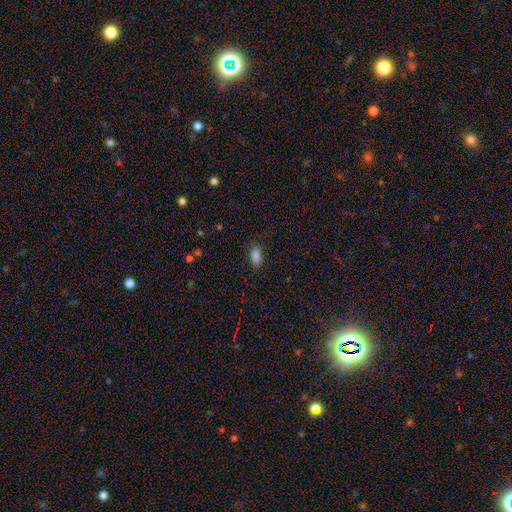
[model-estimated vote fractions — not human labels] Smooth or featured? smooth (86%)
How rounded? in between (86%)
Merging? none (85%)